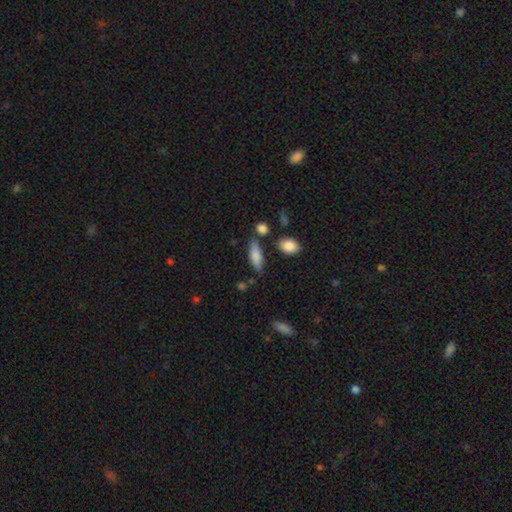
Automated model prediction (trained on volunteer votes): smooth-or-featured: smooth: 80% | featured or disk: 13% | star or artifact: 7%
  how-rounded: in between: 60% | cigar-shaped: 37% | round: 3%
  merging: none: 73% | minor disturbance: 15% | merger: 8% | major disturbance: 4%